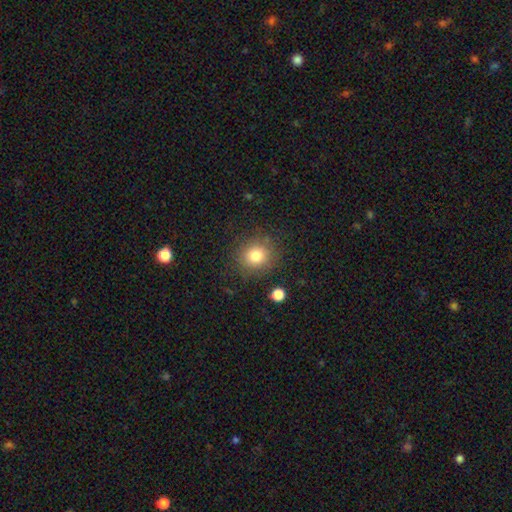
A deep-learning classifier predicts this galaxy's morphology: Smooth or featured? Predicted: smooth (p=0.79). How rounded? Predicted: round (p=0.85). Merging? Predicted: none (p=0.84).